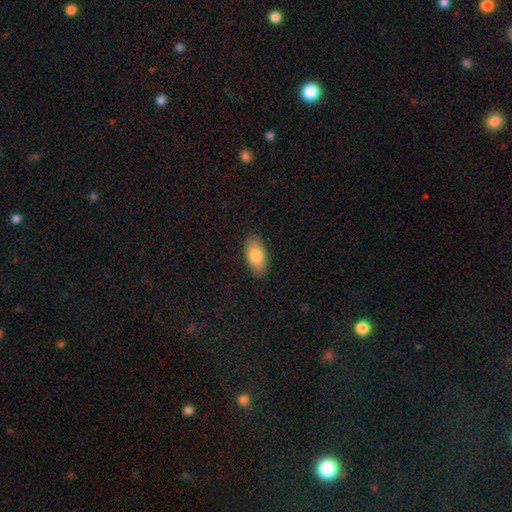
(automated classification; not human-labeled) smooth-or-featured: smooth: 82% | featured or disk: 12% | star or artifact: 6%
  how-rounded: in between: 93% | cigar-shaped: 4% | round: 3%
  merging: none: 88% | minor disturbance: 9% | major disturbance: 2% | merger: 1%